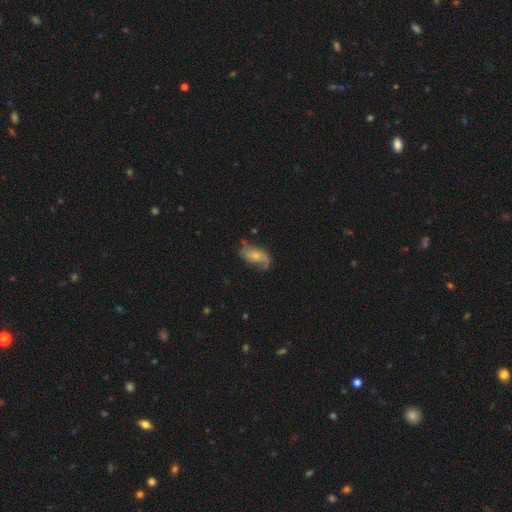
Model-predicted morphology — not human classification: smooth-or-featured: featured or disk: 60% | smooth: 33% | star or artifact: 7%
  disk-edge-on: no: 94% | yes: 6%
    bar: no: 69% | weak: 25% | strong: 6%
    has-spiral-arms: yes: 87% | no: 13%
    bulge-size: small: 56% | moderate: 35% | none: 5% | large: 3% | dominant: 1%
  merging: none: 53% | minor disturbance: 27% | major disturbance: 18% | merger: 3%